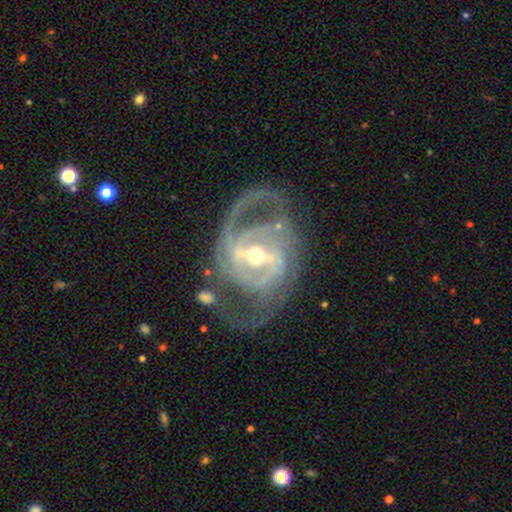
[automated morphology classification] The model was most divided on "bulge size": moderate: 56%, small: 39%, large: 3%, none: 1%, dominant: 1%. More confident: edge-on disk — no (97%); spiral arms — yes (96%); smooth or featured — featured or disk (91%); spiral arm count — 2 (61%); merging — none (59%); bar — strong (53%); spiral winding — medium (51%).